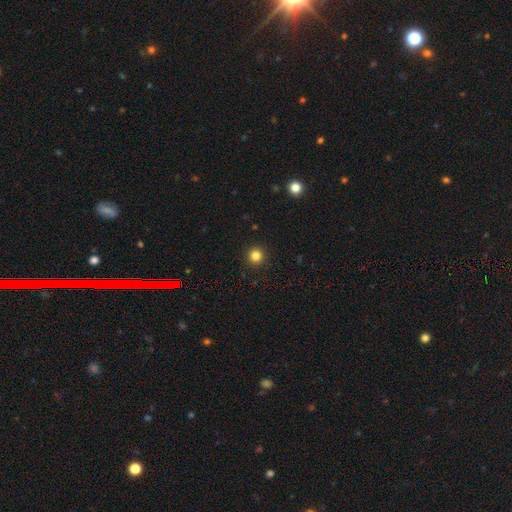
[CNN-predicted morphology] smooth 83%, star or artifact 13%, featured or disk 5%. Down the decision tree: how rounded — round (96%); merging — none (93%).